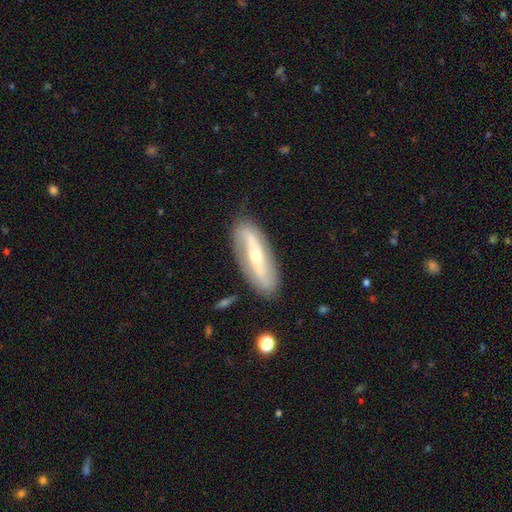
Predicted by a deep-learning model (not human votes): featured or disk 75%, smooth 20%, star or artifact 5%. Down the decision tree: edge-on disk — no (80%); bar — strong (46%); spiral arms — yes (80%); bulge size — small (52%); merging — none (82%).